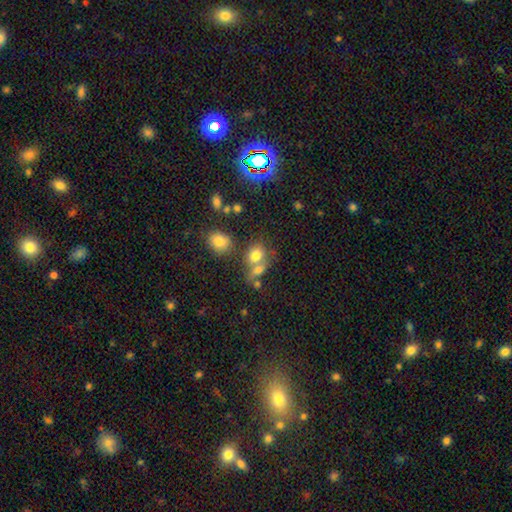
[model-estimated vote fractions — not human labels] smooth 74%, star or artifact 14%, featured or disk 12%. Down the decision tree: how rounded — round (56%); merging — merger (42%).